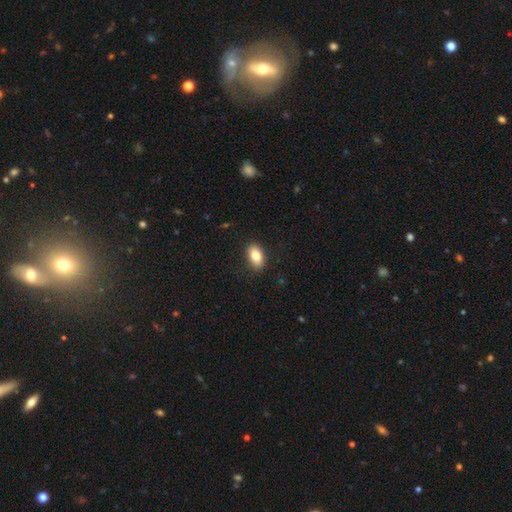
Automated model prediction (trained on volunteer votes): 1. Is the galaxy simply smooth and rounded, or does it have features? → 83% smooth, 10% featured or disk, 7% star or artifact.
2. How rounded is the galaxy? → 90% in between, 7% round, 3% cigar-shaped.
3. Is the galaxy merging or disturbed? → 88% none, 9% minor disturbance, 2% major disturbance, 1% merger.